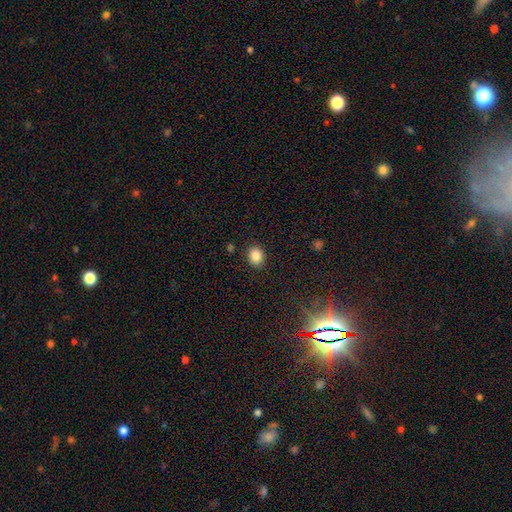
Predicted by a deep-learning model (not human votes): smooth_or_featured: smooth (p=0.85) [alt: star or artifact p=0.10]
how_rounded: round (p=0.58) [alt: in between p=0.42]
merging: none (p=0.89) [alt: minor disturbance p=0.08]